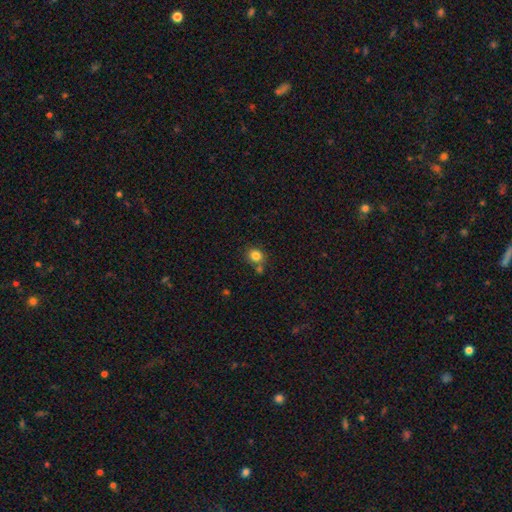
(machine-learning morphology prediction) Q: Smooth or featured?
A: smooth (83%); runner-up: star or artifact (11%)
Q: How rounded?
A: round (77%); runner-up: in between (22%)
Q: Merging?
A: none (66%); runner-up: merger (18%)